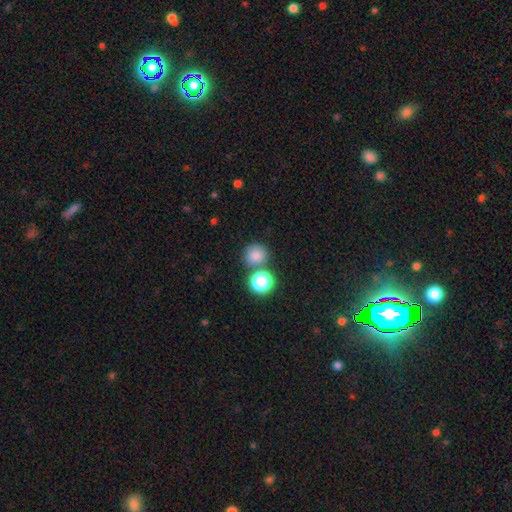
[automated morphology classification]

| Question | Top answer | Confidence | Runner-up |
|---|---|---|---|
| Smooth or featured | smooth | 80% | star or artifact (15%) |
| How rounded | round | 89% | in between (10%) |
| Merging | none | 70% | merger (18%) |